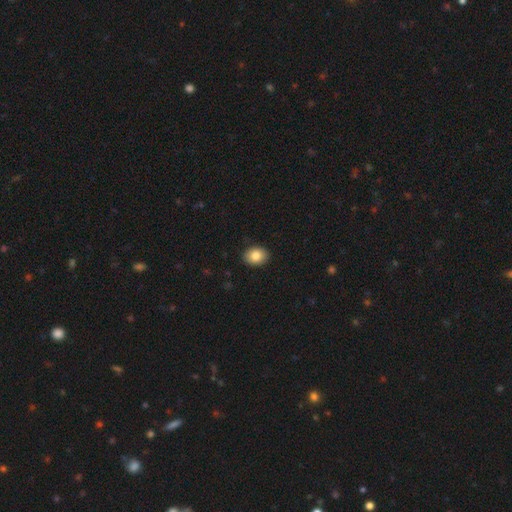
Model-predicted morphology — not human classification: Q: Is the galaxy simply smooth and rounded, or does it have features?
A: smooth — 85%.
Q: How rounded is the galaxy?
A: in between — 65%.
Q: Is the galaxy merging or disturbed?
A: none — 91%.